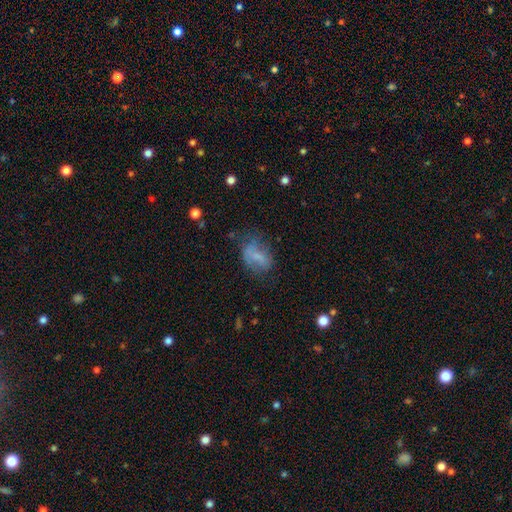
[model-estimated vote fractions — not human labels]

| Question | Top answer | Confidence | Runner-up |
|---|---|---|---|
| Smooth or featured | smooth | 60% | featured or disk (29%) |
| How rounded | in between | 81% | round (17%) |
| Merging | none | 48% | minor disturbance (28%) |